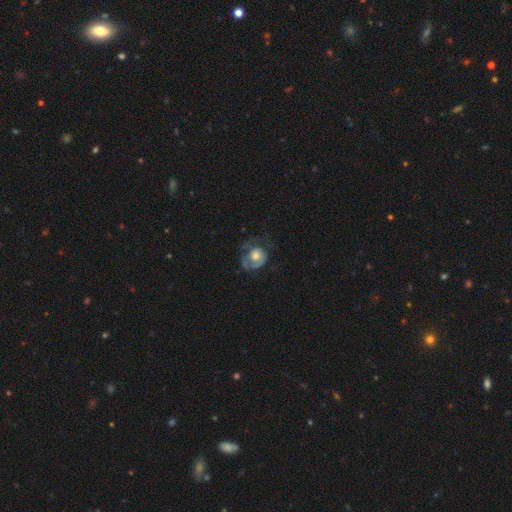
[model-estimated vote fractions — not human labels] This appears to be a featured or disk galaxy (49%). Merging: none (38%).